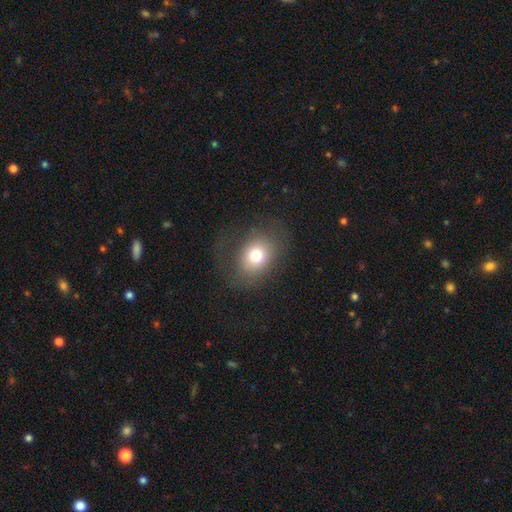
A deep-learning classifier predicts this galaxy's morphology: Smooth or featured?
  - smooth: 72% *
  - featured or disk: 16%
  - star or artifact: 12%
How rounded?
  - in between: 51% *
  - round: 48%
  - cigar-shaped: 1%
Merging?
  - none: 65% *
  - minor disturbance: 18%
  - major disturbance: 17%
  - merger: 1%